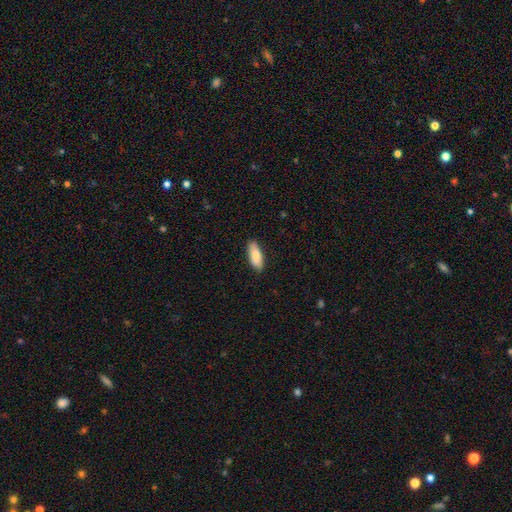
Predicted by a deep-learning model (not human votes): smooth 85%, featured or disk 9%, star or artifact 6%. Down the decision tree: how rounded — in between (72%); merging — none (87%).